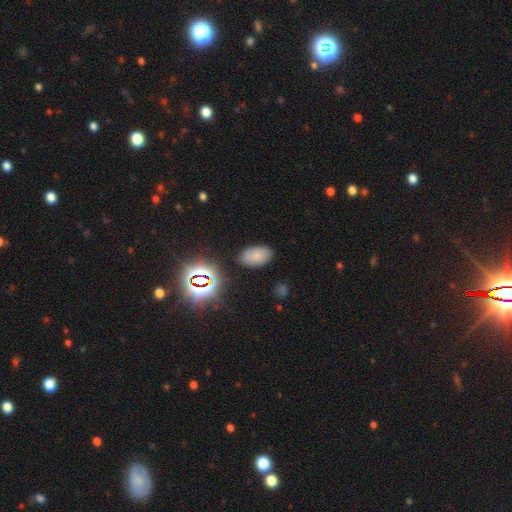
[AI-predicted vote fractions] Overall: smooth (72%). How rounded: in between (92%). Merging: none (83%).